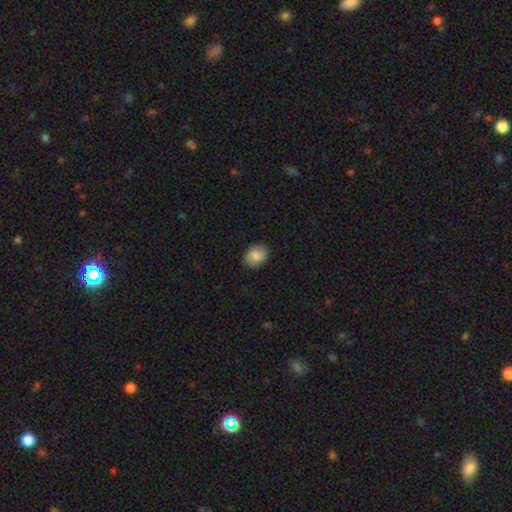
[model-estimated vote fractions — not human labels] Overall: smooth (79%). How rounded: in between (61%; round 38%). Merging: none (84%).